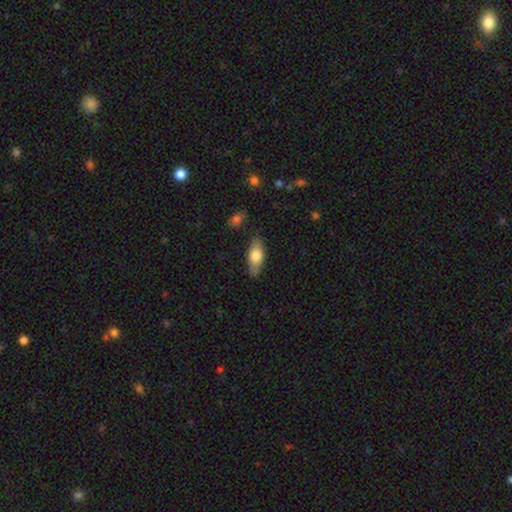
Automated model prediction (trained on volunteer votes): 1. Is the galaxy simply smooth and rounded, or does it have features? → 72% smooth, 22% featured or disk, 6% star or artifact.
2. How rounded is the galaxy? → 80% in between, 17% cigar-shaped, 3% round.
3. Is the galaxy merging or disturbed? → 81% none, 14% minor disturbance, 3% major disturbance, 2% merger.